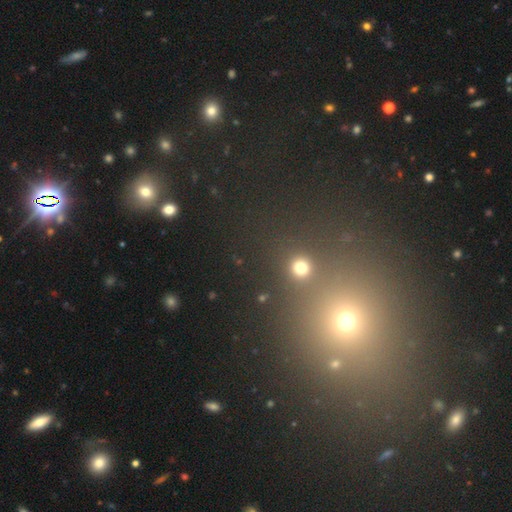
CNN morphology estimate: A star or artifact, not a galaxy (50%).